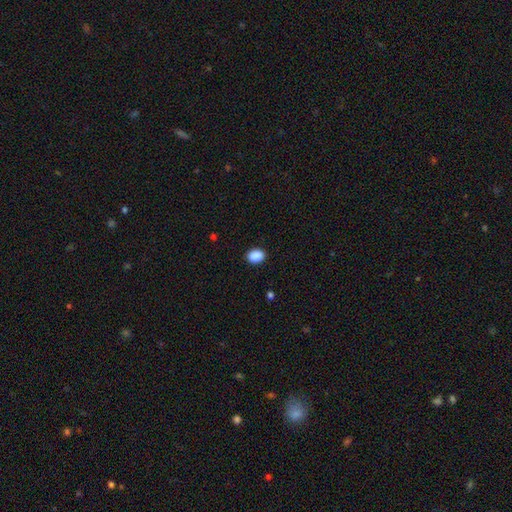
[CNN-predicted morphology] Smooth or featured? smooth (90%)
How rounded? in between (68%)
Merging? none (89%)